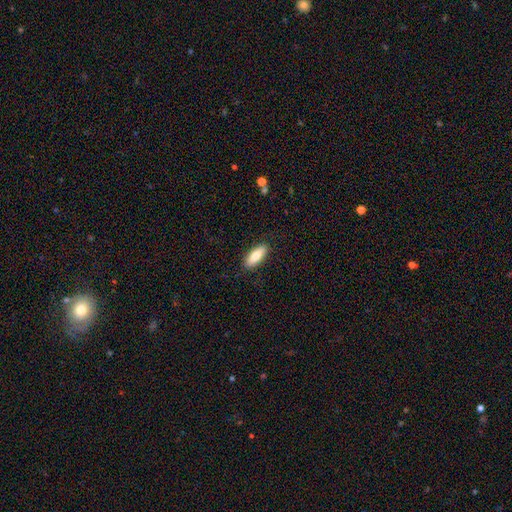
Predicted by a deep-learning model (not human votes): This is likely a smooth galaxy (76%). How rounded: likely in between (66%). Merging: clearly none (88%).